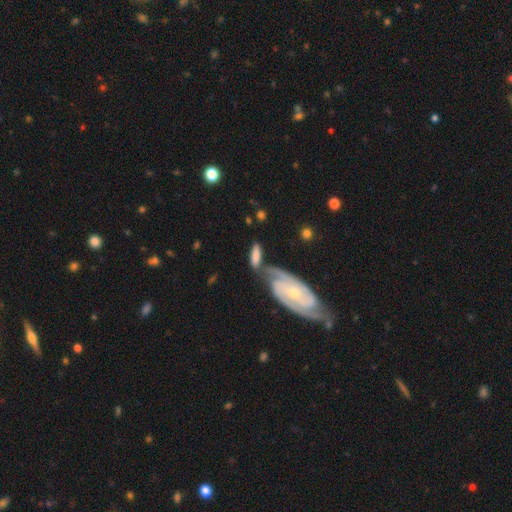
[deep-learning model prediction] This is possibly a smooth galaxy (57%). How rounded: likely in between (71%). Merging: marginally none (42%).